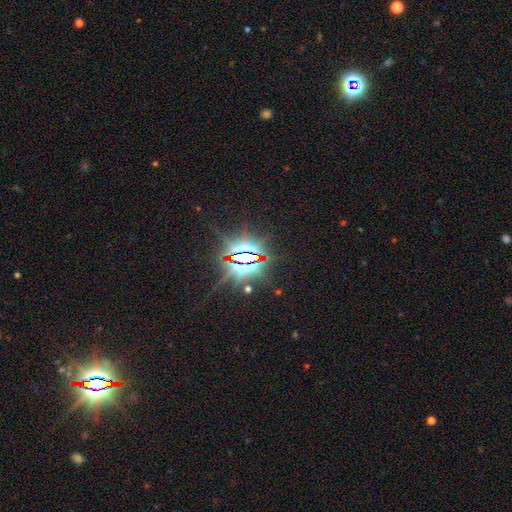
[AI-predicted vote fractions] Overall: star or artifact (87%).